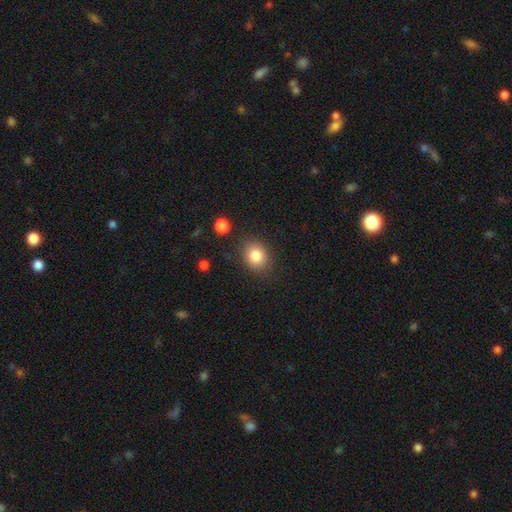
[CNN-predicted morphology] smooth_or_featured: smooth (p=0.83) [alt: star or artifact p=0.10]
how_rounded: round (p=0.57) [alt: in between p=0.42]
merging: none (p=0.84) [alt: minor disturbance p=0.11]